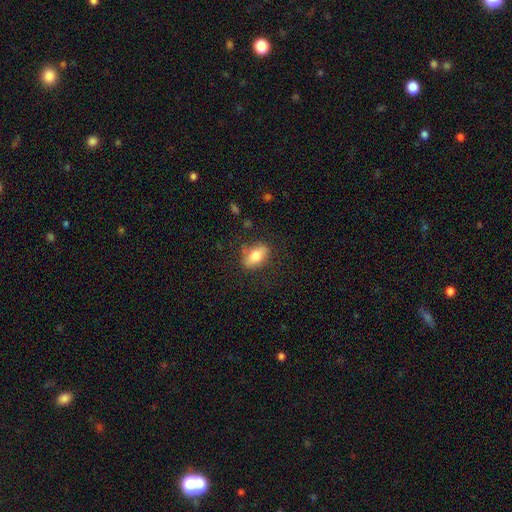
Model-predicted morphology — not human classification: smooth_or_featured: smooth (p=0.72) [alt: featured or disk p=0.20]
how_rounded: in between (p=0.85) [alt: round p=0.12]
merging: none (p=0.74) [alt: minor disturbance p=0.19]